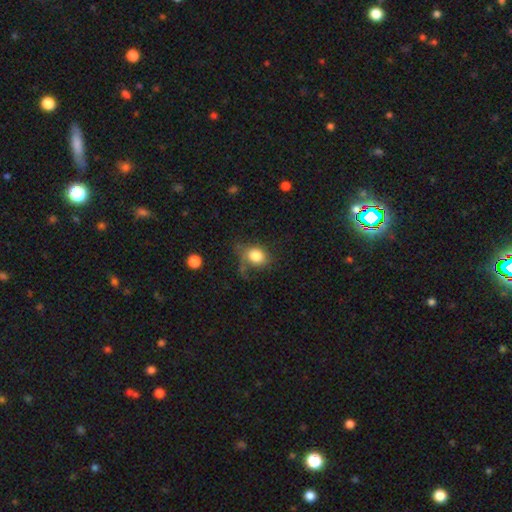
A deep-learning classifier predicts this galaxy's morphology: smooth-or-featured: smooth: 80% | featured or disk: 10% | star or artifact: 9%
  how-rounded: round: 50% | in between: 49% | cigar-shaped: 1%
  merging: none: 53% | minor disturbance: 24% | major disturbance: 18% | merger: 4%